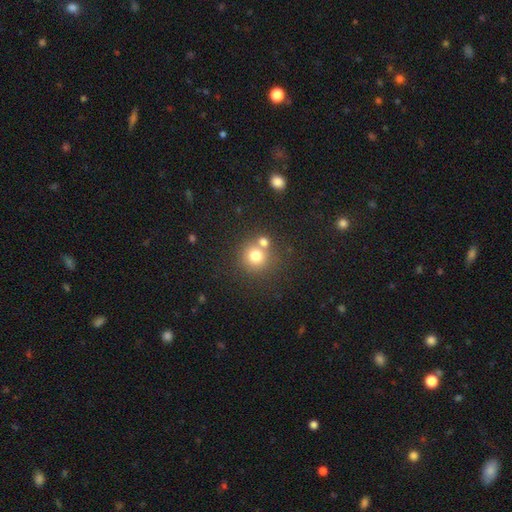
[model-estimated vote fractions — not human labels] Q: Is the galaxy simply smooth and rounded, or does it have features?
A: smooth — 76%.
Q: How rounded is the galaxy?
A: round — 91%.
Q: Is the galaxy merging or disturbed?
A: none — 60%.